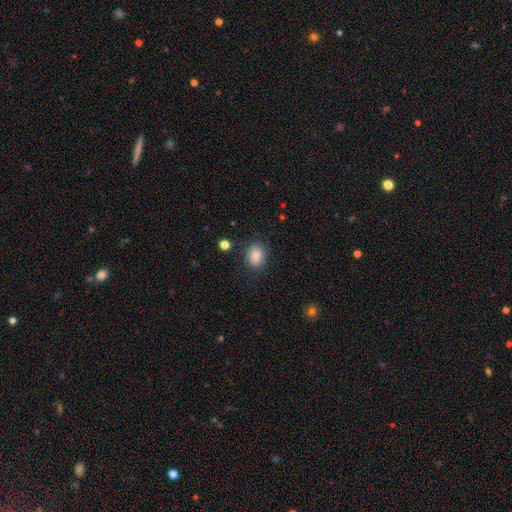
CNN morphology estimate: smooth 86%, star or artifact 8%, featured or disk 6%. Down the decision tree: how rounded — in between (57%); merging — none (83%).